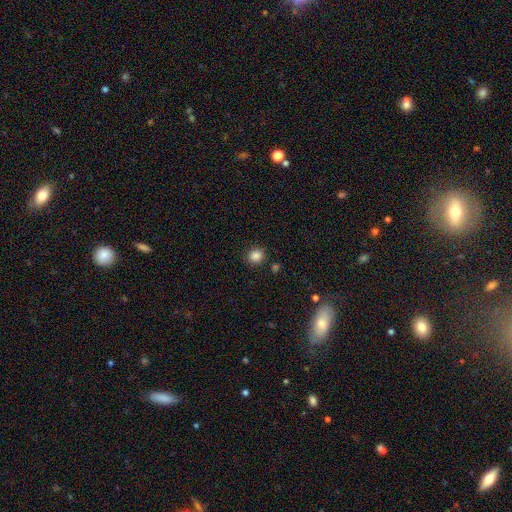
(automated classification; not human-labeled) Smooth or featured? smooth (85%)
How rounded? round (84%)
Merging? none (87%)